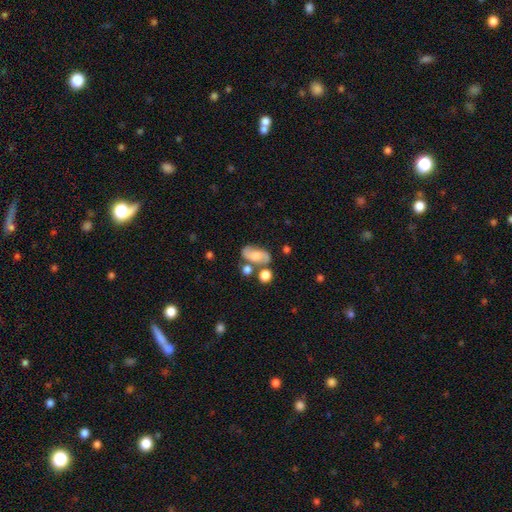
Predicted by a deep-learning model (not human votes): A featured or disk galaxy (55%) with no bar (62%), spiral arms (87%) and a moderate central bulge (34%).

Vote fractions:
- Smooth or featured? featured or disk: 55% / smooth: 36% / star or artifact: 9%
- Edge-on disk? no: 95% / yes: 5%
- Bar? no: 62% / weak: 30% / strong: 8%
- Spiral arms? yes: 87% / no: 13%
- Bulge size? moderate: 34% / small: 27% / none: 23% / large: 14% / dominant: 3%
- Merging? none: 56% / minor disturbance: 18% / merger: 18% / major disturbance: 8%